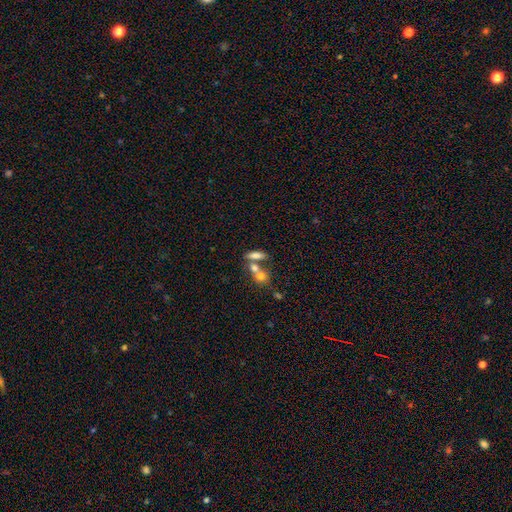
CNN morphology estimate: type=smooth (69%); roundness=in between (59%); merging=none (43%).